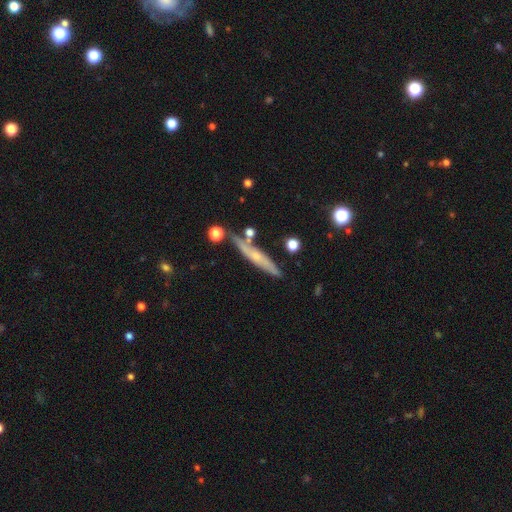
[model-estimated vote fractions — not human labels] Smooth or featured? Predicted: featured or disk (p=0.58). Edge-on disk? Predicted: yes (p=0.87). Edge-on bulge? Predicted: rounded (p=0.62). Merging? Predicted: none (p=0.74).